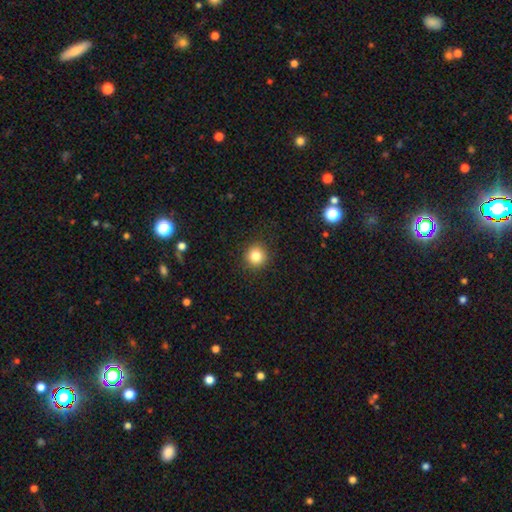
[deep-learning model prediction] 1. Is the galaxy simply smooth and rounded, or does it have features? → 83% smooth, 11% star or artifact, 6% featured or disk.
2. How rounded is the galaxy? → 93% round, 6% in between, 1% cigar-shaped.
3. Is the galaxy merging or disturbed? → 91% none, 6% minor disturbance, 2% major disturbance, 1% merger.